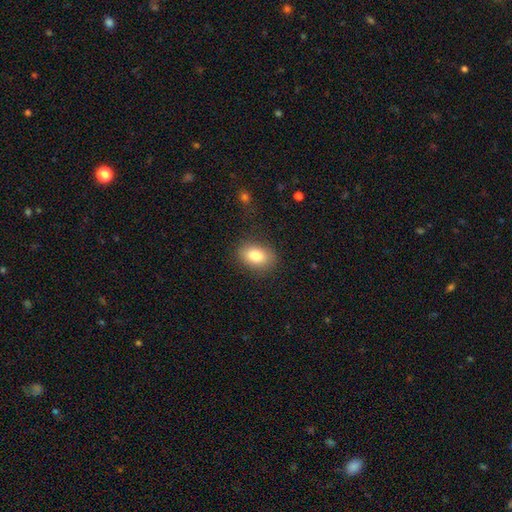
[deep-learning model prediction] Morphology: type=smooth (83%); roundness=in between (79%); merging=none (83%).